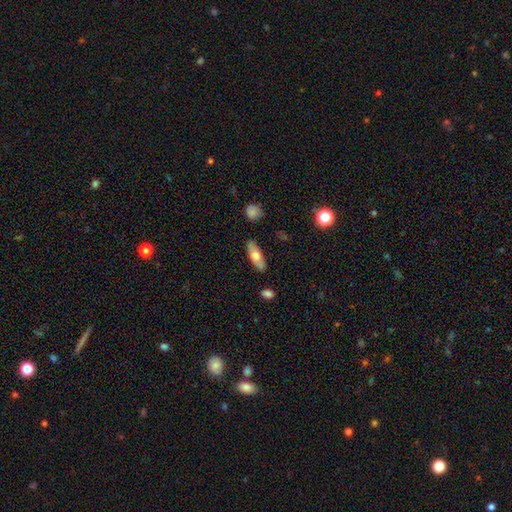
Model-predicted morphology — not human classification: This appears to be a smooth galaxy with no disk features (65%) that is in between round and cigar-shaped (67%). Merging: none (83%).